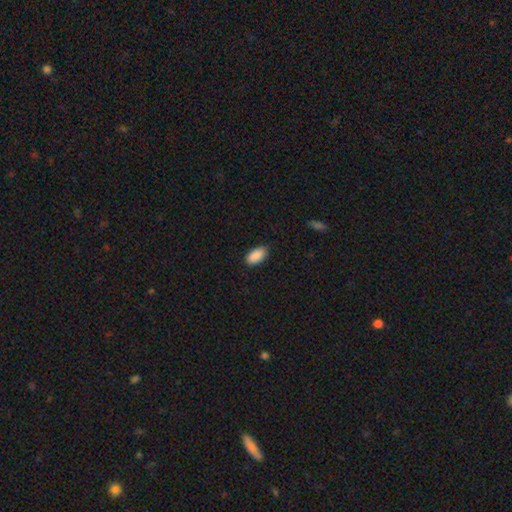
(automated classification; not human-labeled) Q: Smooth or featured?
A: smooth (90%); runner-up: star or artifact (7%)
Q: How rounded?
A: in between (94%); runner-up: cigar-shaped (3%)
Q: Merging?
A: none (84%); runner-up: minor disturbance (12%)